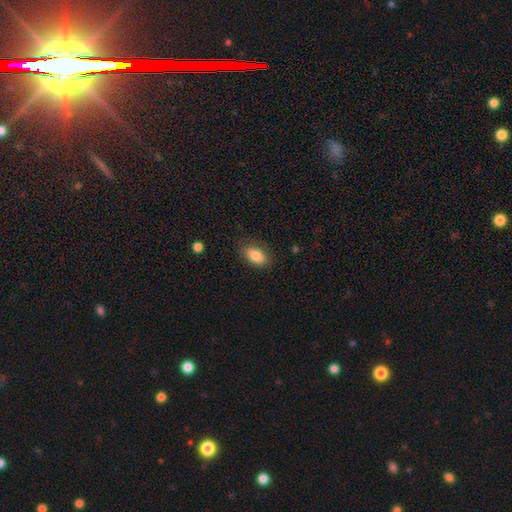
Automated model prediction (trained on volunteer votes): This appears to be a smooth galaxy with no disk features (84%) that is in between round and cigar-shaped (90%). Merging: none (80%).